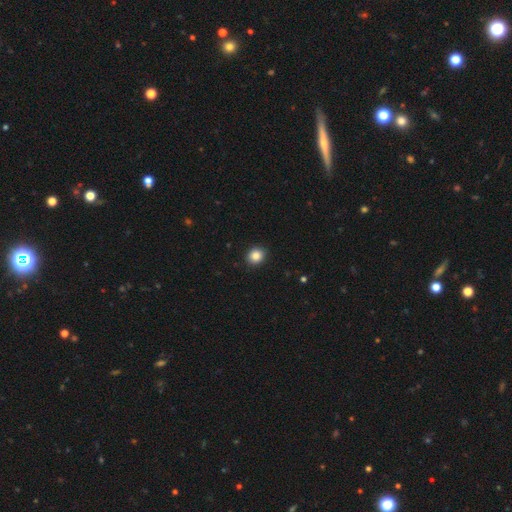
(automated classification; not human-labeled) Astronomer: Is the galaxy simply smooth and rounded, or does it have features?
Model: smooth — 86%.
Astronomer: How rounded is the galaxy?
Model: round — 79%.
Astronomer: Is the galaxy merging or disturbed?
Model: none — 90%.